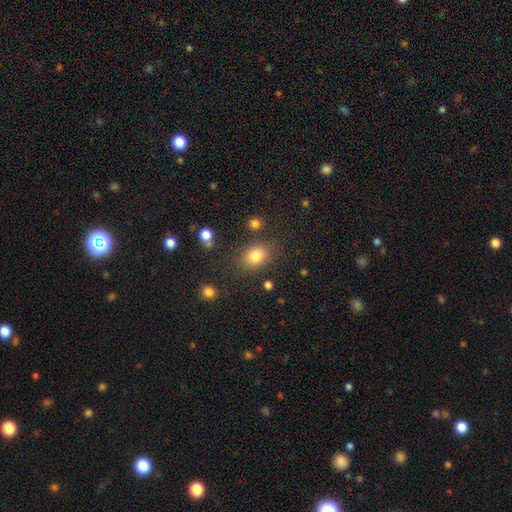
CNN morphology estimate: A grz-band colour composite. It shows a smooth galaxy with no disk features (81%) that is in between round and cigar-shaped (58%). Merging: none (78%).